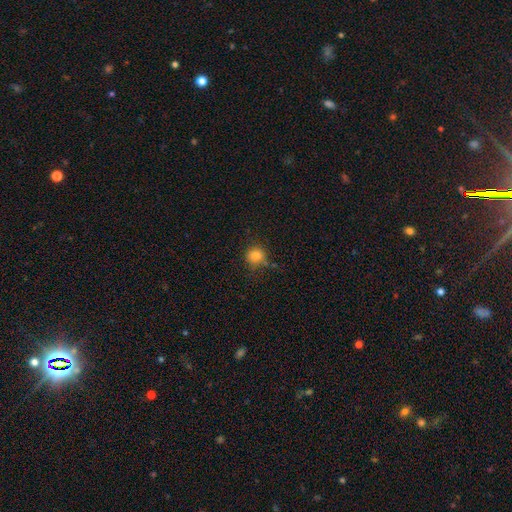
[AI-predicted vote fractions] This is clearly a smooth galaxy (82%). How rounded: clearly round (87%). Merging: likely none (69%).